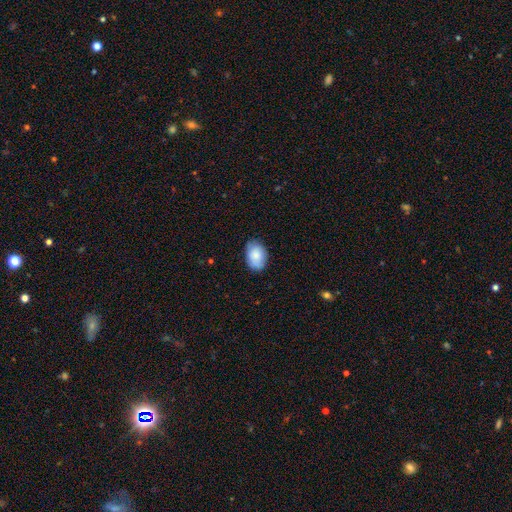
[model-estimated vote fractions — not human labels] smooth 82%, featured or disk 11%, star or artifact 7%. Down the decision tree: how rounded — in between (85%); merging — none (77%).